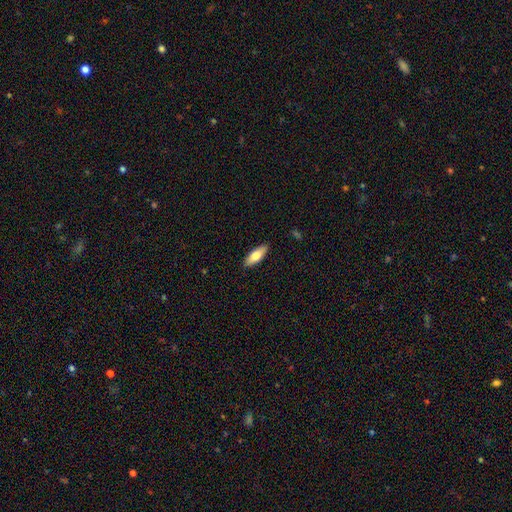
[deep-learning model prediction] The model was most divided on "how rounded": in between: 65%, cigar-shaped: 33%, round: 2%. More confident: merging — none (89%); smooth or featured — smooth (75%).